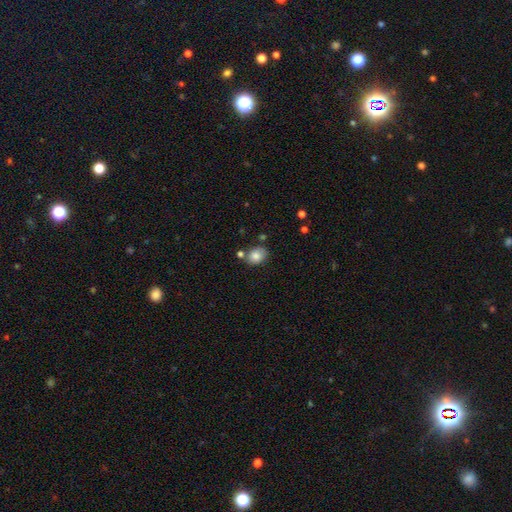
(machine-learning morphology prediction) Smooth or featured?
  - smooth: 82% *
  - featured or disk: 10%
  - star or artifact: 9%
How rounded?
  - in between: 61% *
  - round: 38%
  - cigar-shaped: 1%
Merging?
  - none: 69% *
  - minor disturbance: 16%
  - merger: 11%
  - major disturbance: 4%